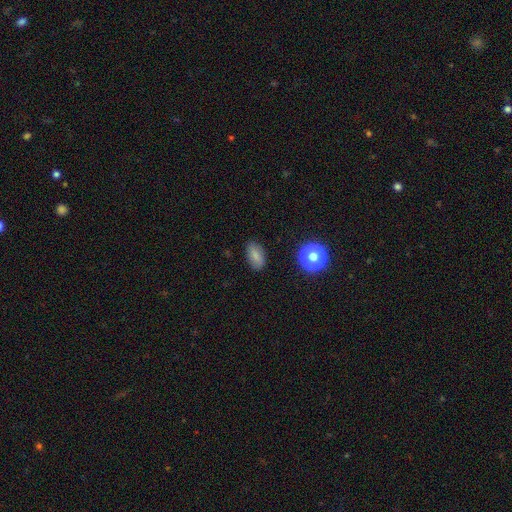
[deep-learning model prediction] Smooth or featured? Predicted: smooth (p=0.80). How rounded? Predicted: in between (p=0.88). Merging? Predicted: none (p=0.85).